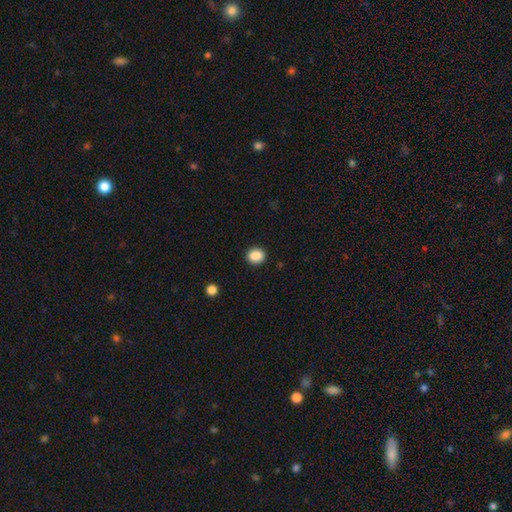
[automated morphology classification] This appears to be a smooth galaxy with no disk features (88%) that is round (68%). Merging: none (91%).